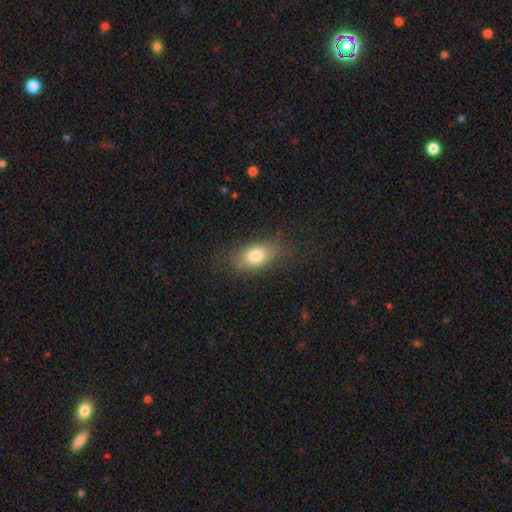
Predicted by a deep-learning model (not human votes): Smooth or featured: smooth — 78% (featured or disk — 12%)
How rounded: in between — 83% (round — 12%)
Merging: none — 76% (minor disturbance — 16%)